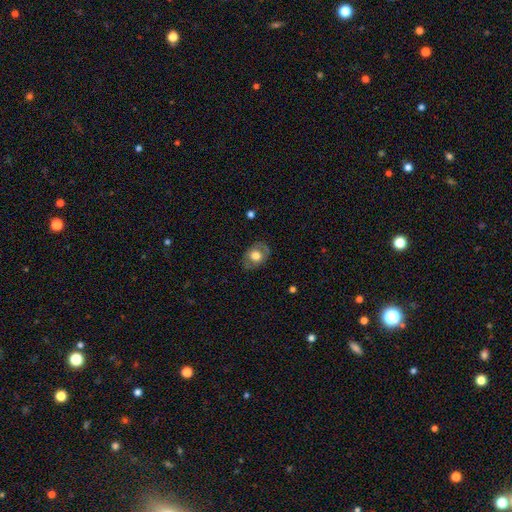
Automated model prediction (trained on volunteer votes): A smooth galaxy with no disk features (62%) that is in between round and cigar-shaped (61%).

Vote fractions:
- Smooth or featured? smooth: 62% / featured or disk: 30% / star or artifact: 8%
- How rounded? in between: 61% / round: 38% / cigar-shaped: 1%
- Merging? none: 77% / minor disturbance: 16% / major disturbance: 5% / merger: 1%